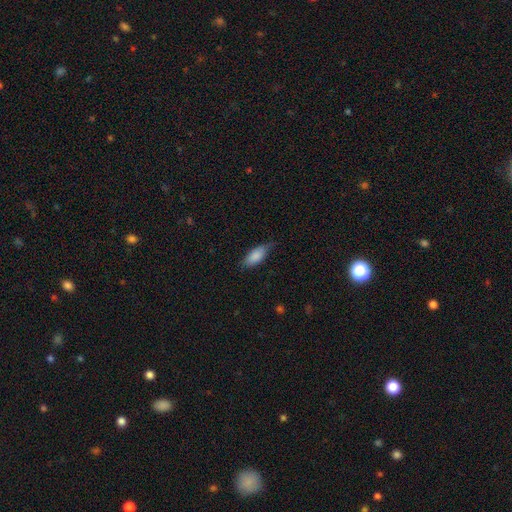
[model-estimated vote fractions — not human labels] Smooth or featured? Predicted: smooth (p=0.85). How rounded? Predicted: in between (p=0.84). Merging? Predicted: none (p=0.65).